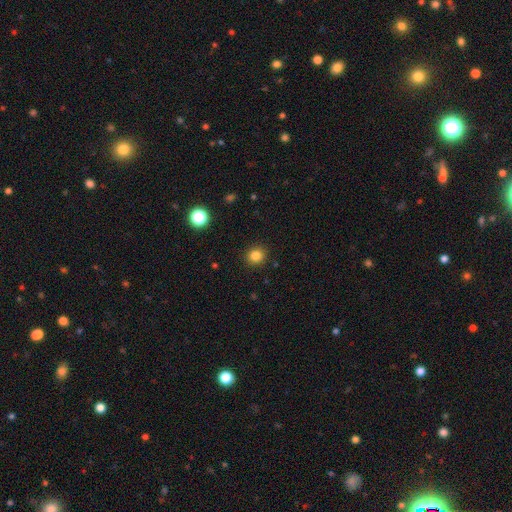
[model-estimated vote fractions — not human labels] Smooth or featured? Predicted: smooth (p=0.83). How rounded? Predicted: round (p=0.87). Merging? Predicted: none (p=0.92).